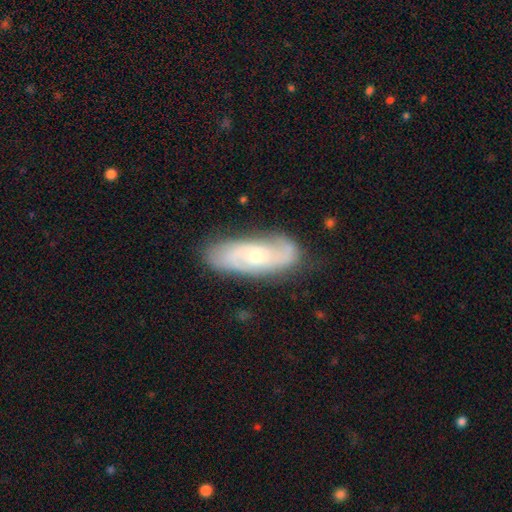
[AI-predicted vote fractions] Q: Smooth or featured?
A: featured or disk (73%); runner-up: smooth (21%)
Q: Edge-on disk?
A: no (90%); runner-up: yes (10%)
Q: Bar?
A: no (68%); runner-up: weak (27%)
Q: Spiral arms?
A: yes (89%); runner-up: no (11%)
Q: Spiral winding?
A: medium (42%); runner-up: tight (37%)
Q: Spiral arm count?
A: 2 (69%); runner-up: can't tell (19%)
Q: Bulge size?
A: small (56%); runner-up: moderate (41%)
Q: Merging?
A: none (78%); runner-up: minor disturbance (16%)